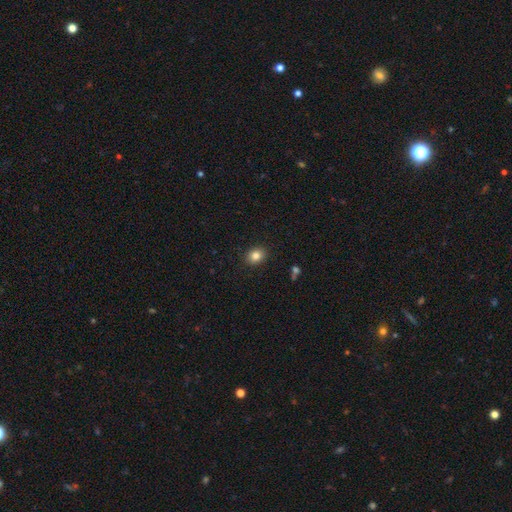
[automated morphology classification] This appears to be a smooth galaxy with no disk features (84%) that is round (57%). Merging: none (90%).